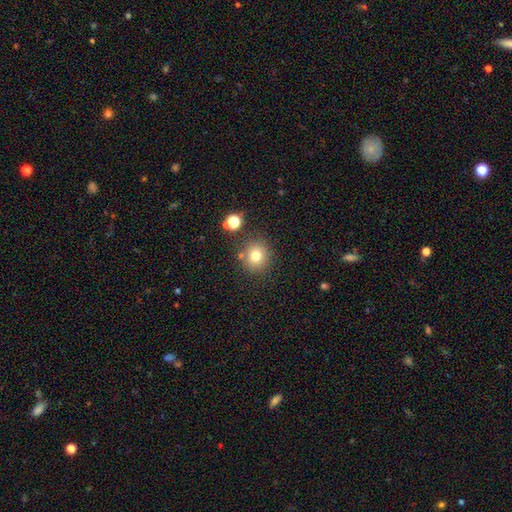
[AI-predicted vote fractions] Smooth or featured? smooth (75%)
How rounded? round (89%)
Merging? none (80%)